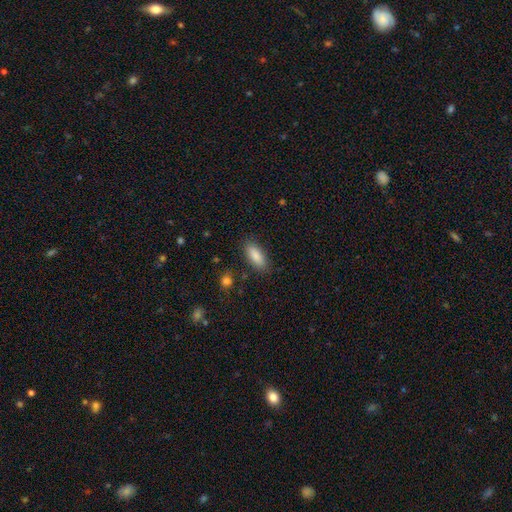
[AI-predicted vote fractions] Smooth or featured: smooth — 86% (featured or disk — 7%)
How rounded: in between — 79% (cigar-shaped — 19%)
Merging: none — 85% (minor disturbance — 10%)